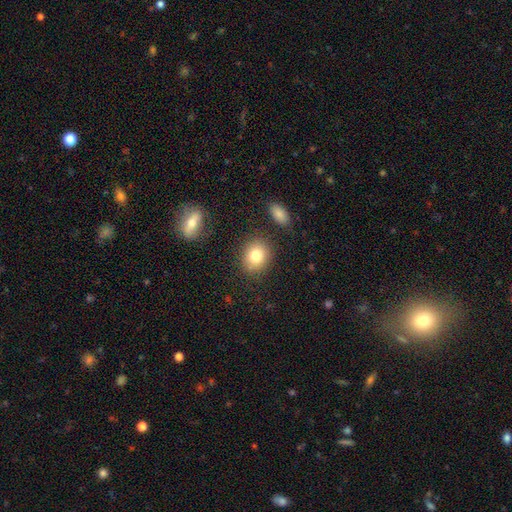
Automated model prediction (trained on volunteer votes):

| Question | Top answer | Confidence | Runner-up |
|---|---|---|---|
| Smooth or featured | smooth | 81% | featured or disk (10%) |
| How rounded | round | 63% | in between (36%) |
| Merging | none | 82% | minor disturbance (10%) |